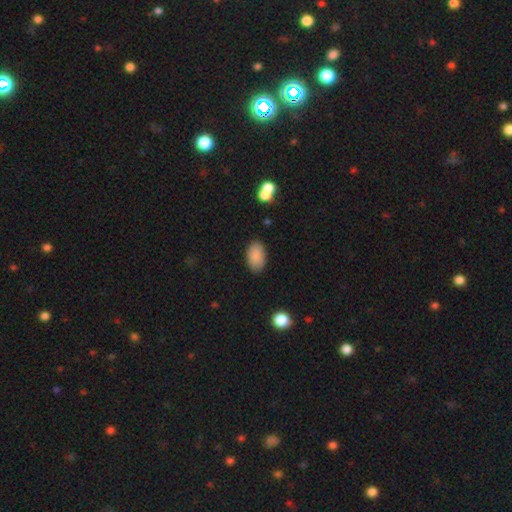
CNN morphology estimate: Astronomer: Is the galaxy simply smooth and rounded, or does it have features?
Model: smooth — 88%.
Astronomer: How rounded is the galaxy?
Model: in between — 92%.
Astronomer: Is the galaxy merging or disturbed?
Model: none — 85%.